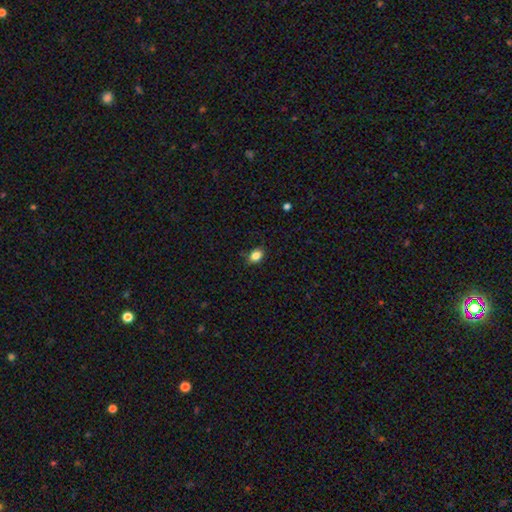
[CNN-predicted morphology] A smooth galaxy with no disk features (84%) that is in between round and cigar-shaped (72%). Merging: none (81%).